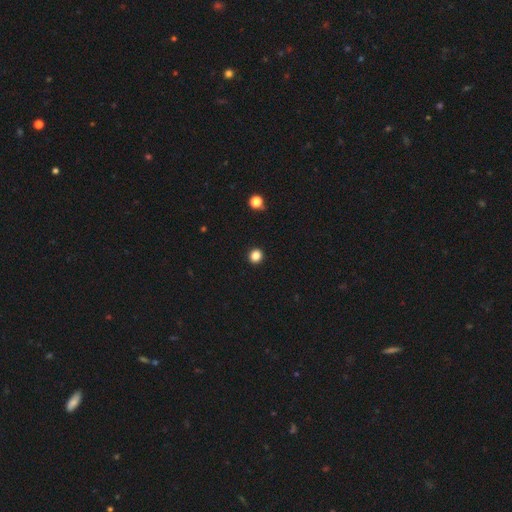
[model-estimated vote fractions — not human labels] Q: Smooth or featured?
A: smooth (85%); runner-up: star or artifact (12%)
Q: How rounded?
A: round (91%); runner-up: in between (8%)
Q: Merging?
A: none (93%); runner-up: minor disturbance (4%)